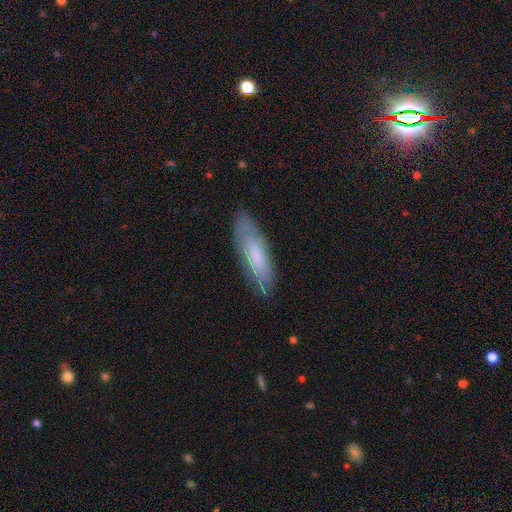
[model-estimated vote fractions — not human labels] A smooth galaxy with no disk features (58%) that is in between round and cigar-shaped (50%). Merging: none (78%).